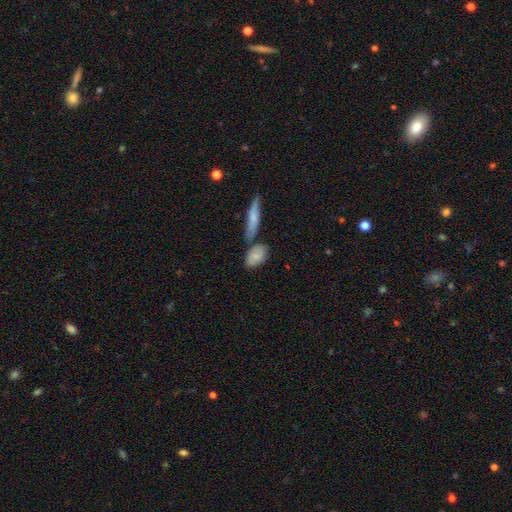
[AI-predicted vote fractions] Smooth or featured? Predicted: smooth (p=0.75). How rounded? Predicted: in between (p=0.83). Merging? Predicted: none (p=0.54).